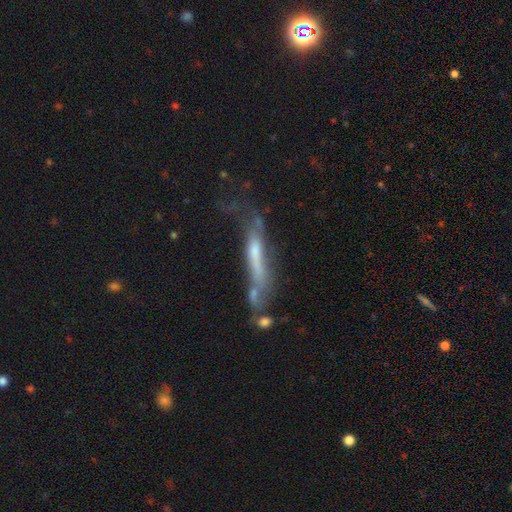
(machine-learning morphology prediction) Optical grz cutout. It shows a featured or disk galaxy (56%) viewed edge-on (68%). Merging: none (31%).